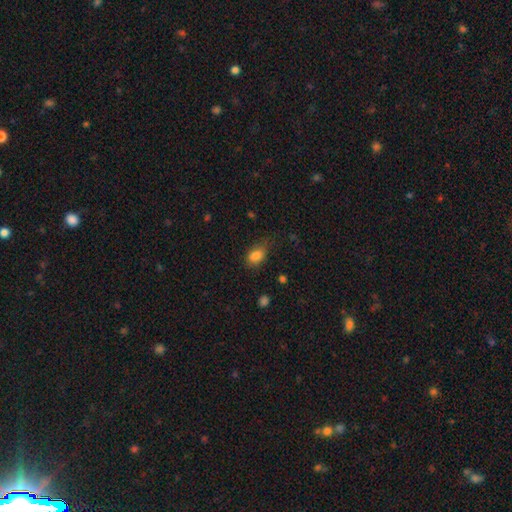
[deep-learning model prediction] Morphology: type=smooth (84%); roundness=in between (82%); merging=none (63%).